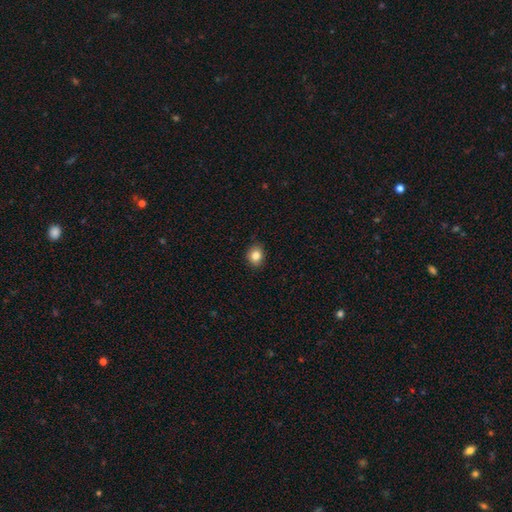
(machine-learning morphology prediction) Smooth or featured? smooth (84%)
How rounded? round (63%)
Merging? none (88%)